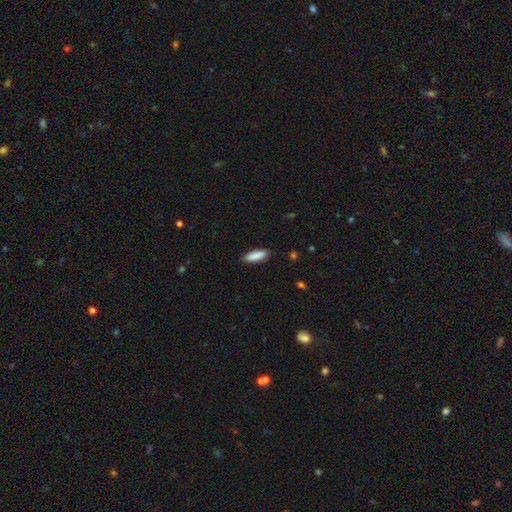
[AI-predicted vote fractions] smooth-or-featured: smooth: 89% | star or artifact: 6% | featured or disk: 5%
  how-rounded: cigar-shaped: 53% | in between: 46% | round: 1%
  merging: none: 89% | minor disturbance: 9% | major disturbance: 2% | merger: 1%